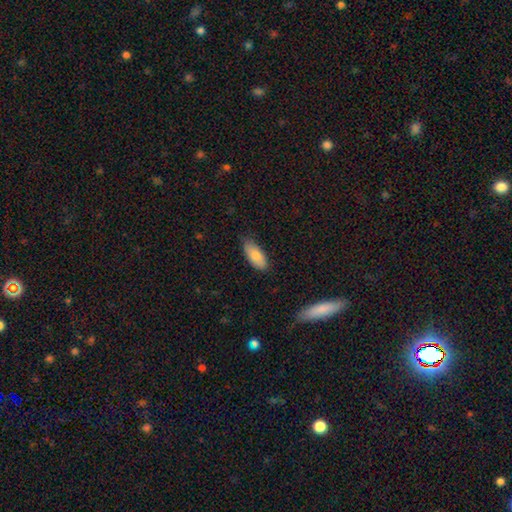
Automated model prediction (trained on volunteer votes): Smooth or featured: smooth — 82% (featured or disk — 12%)
How rounded: in between — 88% (cigar-shaped — 10%)
Merging: none — 76% (minor disturbance — 20%)